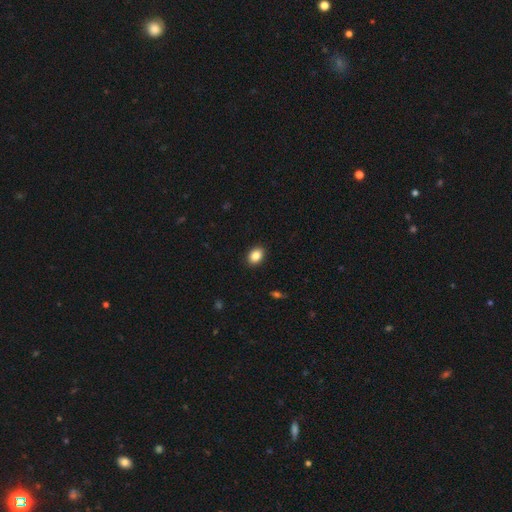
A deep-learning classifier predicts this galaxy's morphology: A smooth galaxy with no disk features (87%) that is in between round and cigar-shaped (71%). Merging: none (90%).